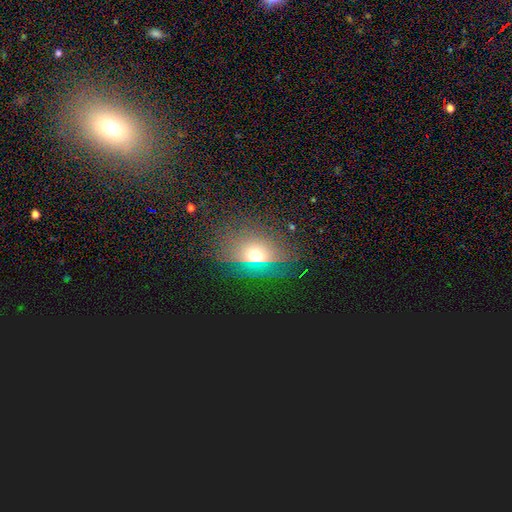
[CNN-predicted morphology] Overall: smooth (49%; featured or disk 27%). Merging: none (72%).